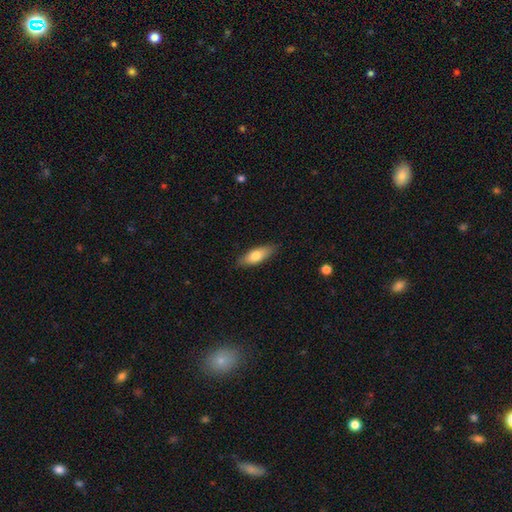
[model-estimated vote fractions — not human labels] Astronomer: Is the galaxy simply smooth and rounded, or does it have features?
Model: smooth — 75%.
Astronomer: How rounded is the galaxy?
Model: in between — 67%.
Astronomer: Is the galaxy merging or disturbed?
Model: none — 85%.